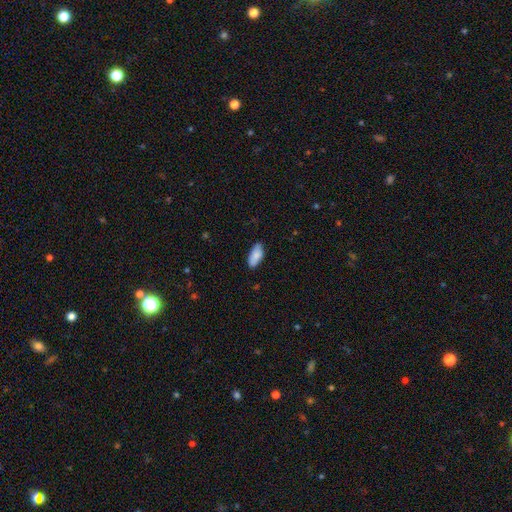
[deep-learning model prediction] Smooth or featured: smooth — 85% (featured or disk — 9%)
How rounded: in between — 88% (cigar-shaped — 10%)
Merging: none — 82% (minor disturbance — 14%)